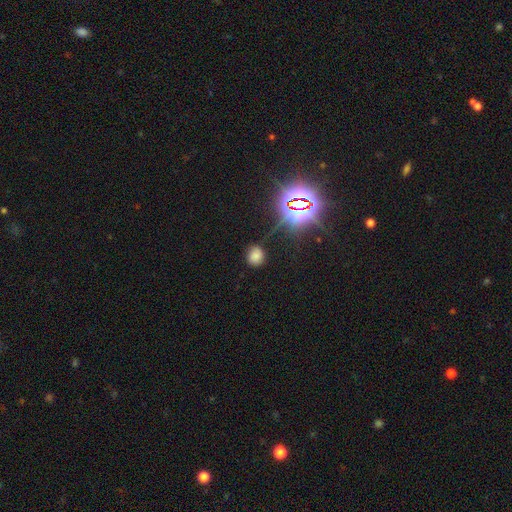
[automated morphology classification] Smooth or featured: smooth — 68% (star or artifact — 25%)
How rounded: round — 68% (in between — 30%)
Merging: none — 77% (minor disturbance — 16%)